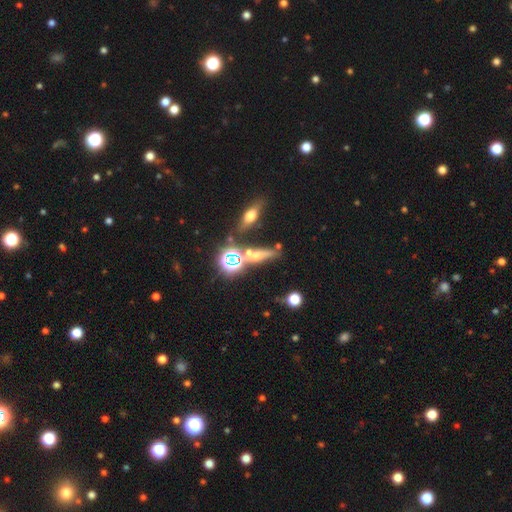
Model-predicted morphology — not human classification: Smooth or featured? Predicted: smooth (p=0.41). Merging? Predicted: none (p=0.61).